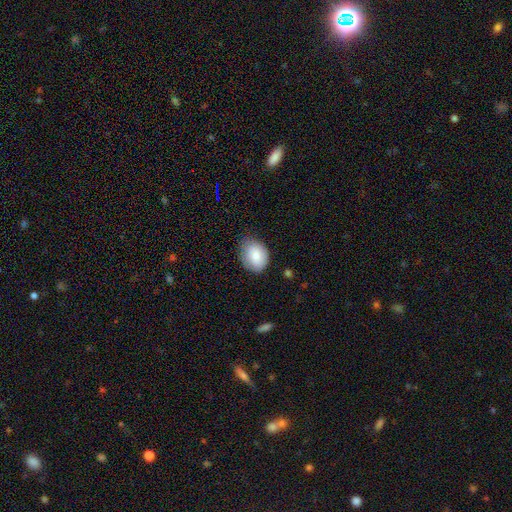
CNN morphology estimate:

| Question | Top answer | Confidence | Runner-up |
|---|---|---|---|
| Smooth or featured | smooth | 81% | featured or disk (12%) |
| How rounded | in between | 65% | round (34%) |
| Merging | none | 70% | minor disturbance (24%) |